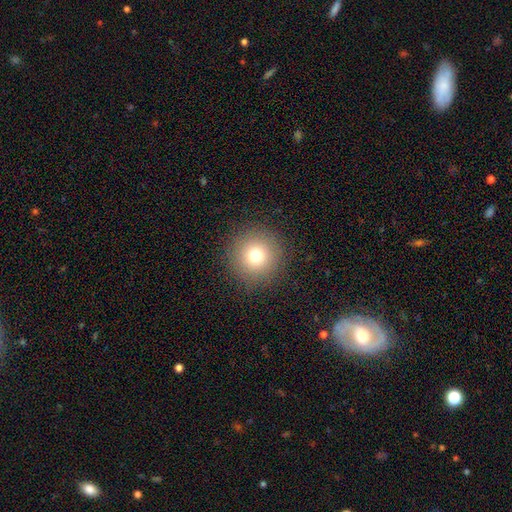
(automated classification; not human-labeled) Morphology: type=smooth (75%); roundness=round (96%); merging=none (91%).